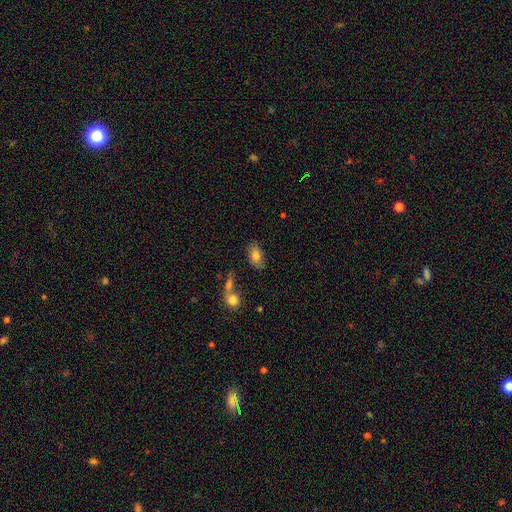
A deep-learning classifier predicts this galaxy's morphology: This is likely a smooth galaxy (79%). How rounded: clearly in between (90%). Merging: likely none (73%).